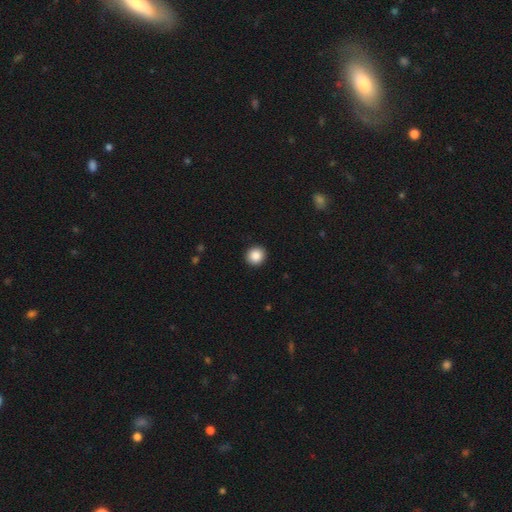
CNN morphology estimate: Overall: smooth (87%). How rounded: round (92%). Merging: none (93%).